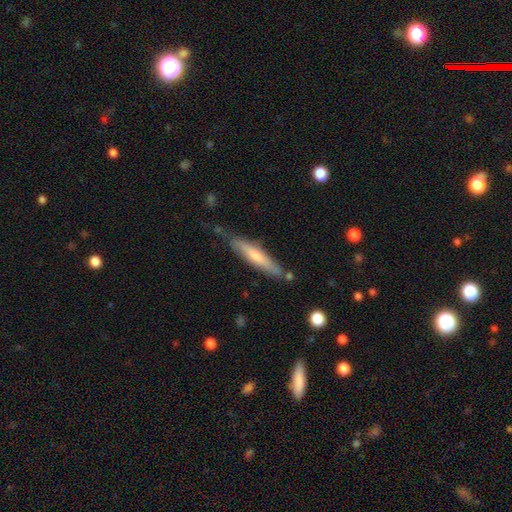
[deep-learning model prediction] A smooth galaxy with no disk features (54%) that is cigar-shaped (88%). Merging: none (73%).